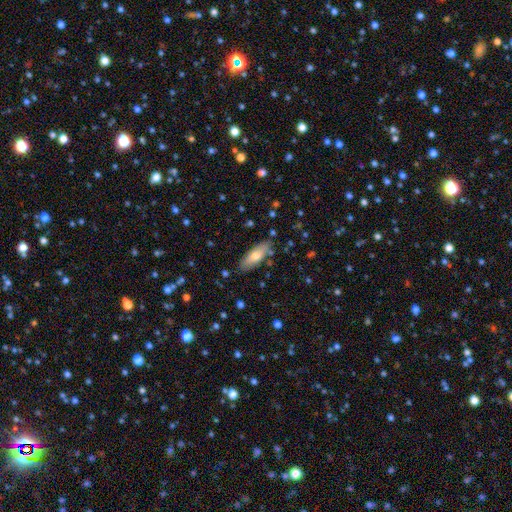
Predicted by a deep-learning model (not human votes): Smooth or featured? Predicted: smooth (p=0.67). How rounded? Predicted: in between (p=0.65). Merging? Predicted: none (p=0.83).